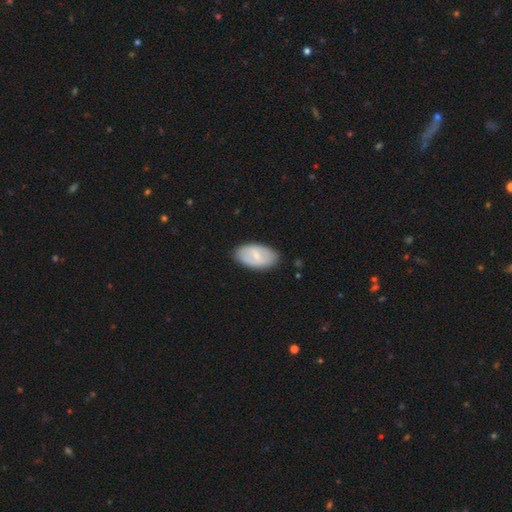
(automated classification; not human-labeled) Smooth or featured?
  - smooth: 60% *
  - featured or disk: 35%
  - star or artifact: 6%
How rounded?
  - in between: 94% *
  - round: 4%
  - cigar-shaped: 2%
Merging?
  - none: 83% *
  - minor disturbance: 13%
  - major disturbance: 3%
  - merger: 1%